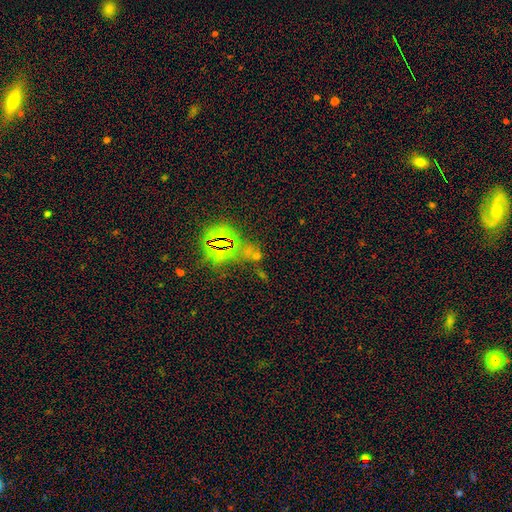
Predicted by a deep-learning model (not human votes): Smooth or featured? star or artifact (59%)